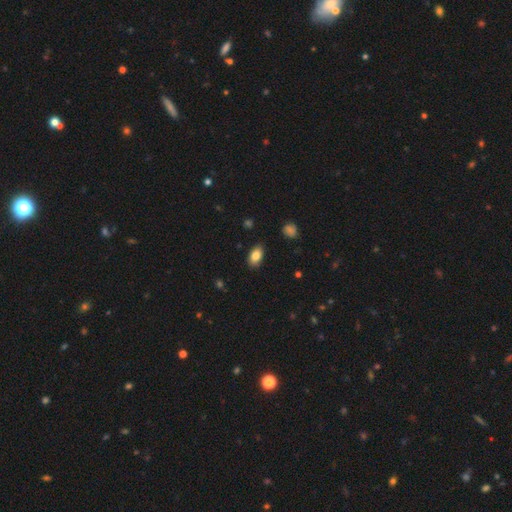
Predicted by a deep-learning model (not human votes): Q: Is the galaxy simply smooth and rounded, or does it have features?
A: smooth — 84%.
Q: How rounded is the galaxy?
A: in between — 90%.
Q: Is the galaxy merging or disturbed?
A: none — 85%.